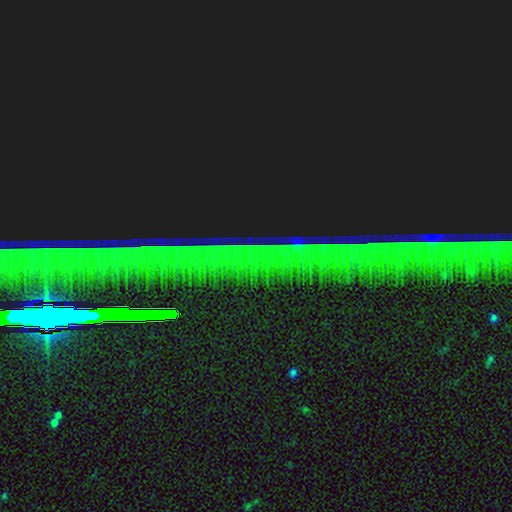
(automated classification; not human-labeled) Smooth or featured: star or artifact — 85% (featured or disk — 8%)